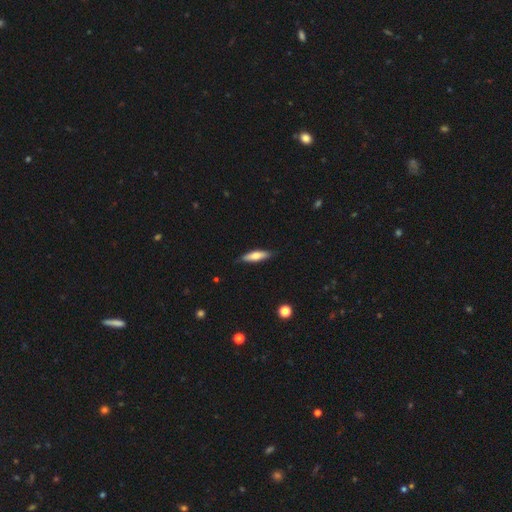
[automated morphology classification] Q: Smooth or featured?
A: smooth (65%); runner-up: featured or disk (29%)
Q: How rounded?
A: cigar-shaped (63%); runner-up: in between (35%)
Q: Merging?
A: none (85%); runner-up: minor disturbance (12%)